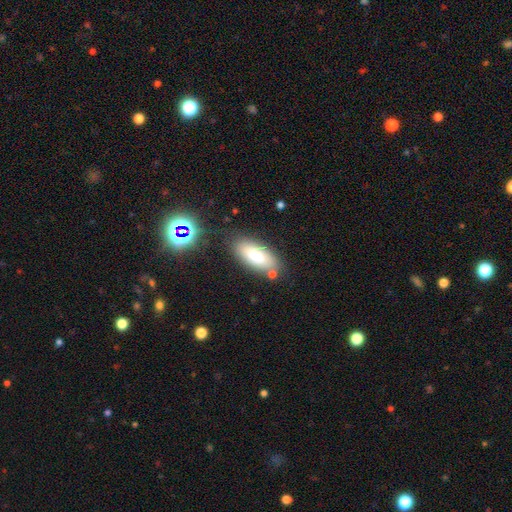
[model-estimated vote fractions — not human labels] Overall: smooth (82%). How rounded: in between (83%). Merging: none (75%).